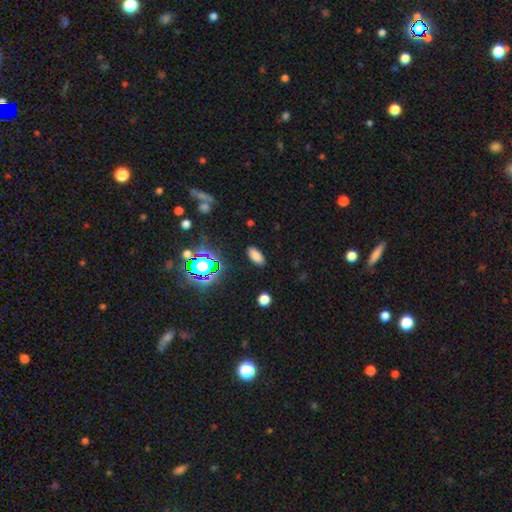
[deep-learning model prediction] A smooth galaxy with no disk features (78%) that is in between round and cigar-shaped (89%).

Vote fractions:
- Smooth or featured? smooth: 78% / star or artifact: 16% / featured or disk: 6%
- How rounded? in between: 89% / cigar-shaped: 7% / round: 4%
- Merging? none: 88% / minor disturbance: 8% / major disturbance: 3% / merger: 1%